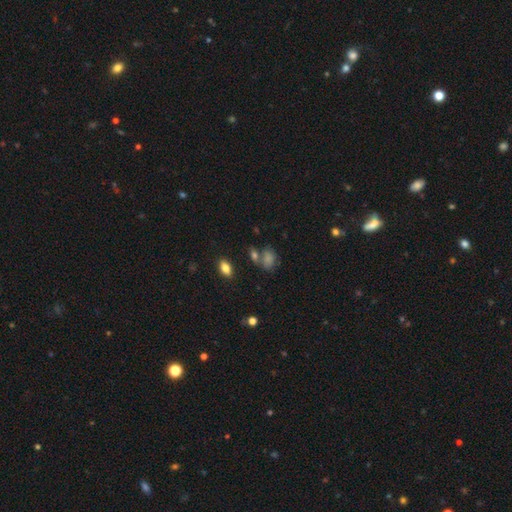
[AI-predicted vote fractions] Smooth or featured? Predicted: smooth (p=0.61). How rounded? Predicted: in between (p=0.74). Merging? Predicted: none (p=0.63).